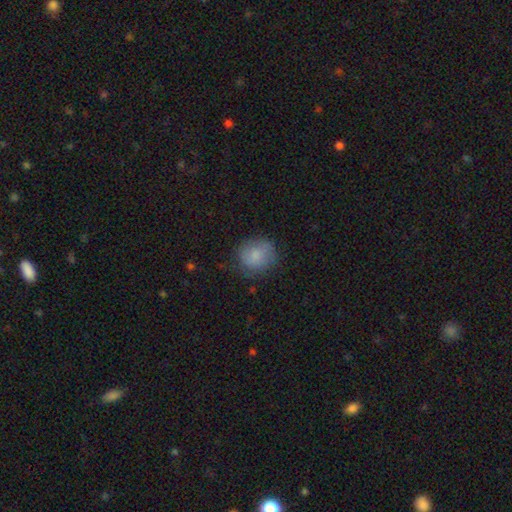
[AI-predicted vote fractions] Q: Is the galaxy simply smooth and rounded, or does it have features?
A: smooth — 81%.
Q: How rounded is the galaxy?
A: round — 82%.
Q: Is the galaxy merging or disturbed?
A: none — 73%.